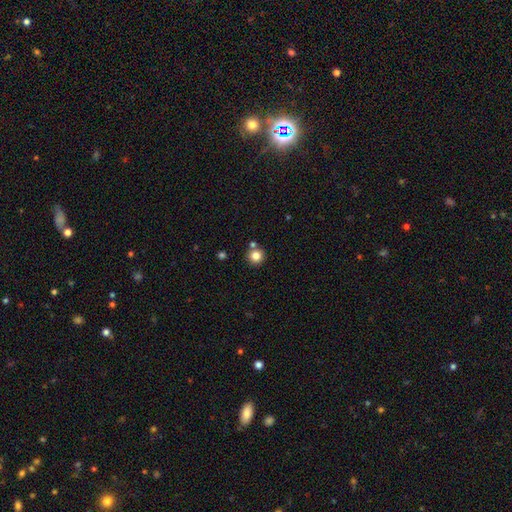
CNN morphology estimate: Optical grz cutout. It shows a smooth galaxy with no disk features (82%) that is round (94%). Merging: none (78%).